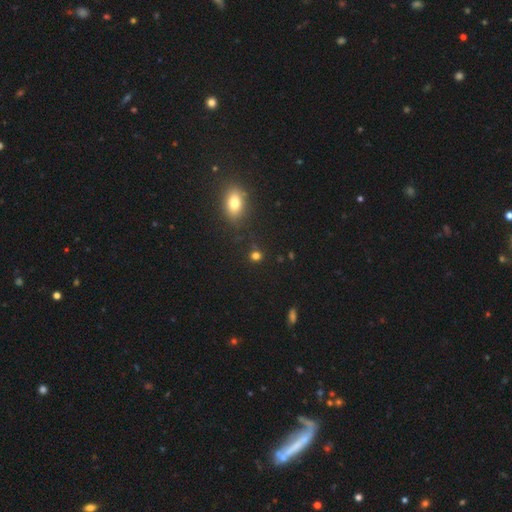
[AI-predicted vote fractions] The model was most divided on "smooth or featured": smooth: 74%, star or artifact: 21%, featured or disk: 5%. More confident: how rounded — round (82%); merging — none (81%).